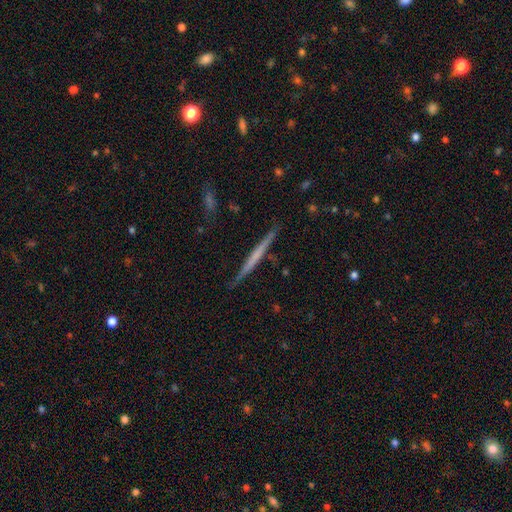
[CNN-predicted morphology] Smooth or featured? Predicted: featured or disk (p=0.56). Edge-on disk? Predicted: yes (p=0.98). Edge-on bulge? Predicted: none (p=0.81). Merging? Predicted: none (p=0.89).